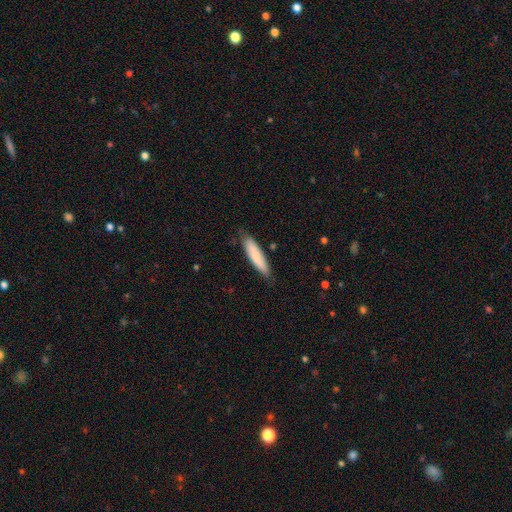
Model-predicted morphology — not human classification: This is clearly a smooth galaxy (80%). How rounded: likely cigar-shaped (77%). Merging: clearly none (82%).